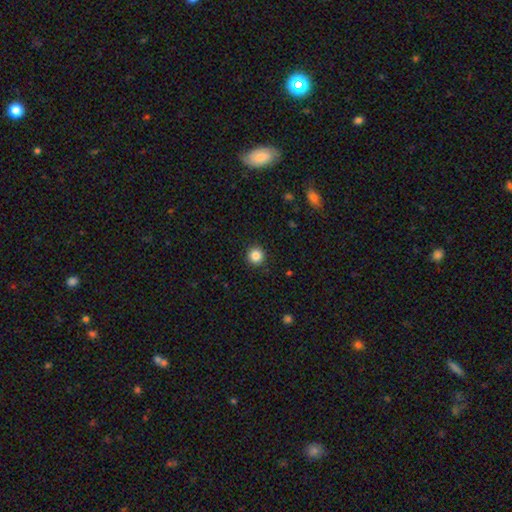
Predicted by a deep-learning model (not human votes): This appears to be a smooth galaxy with no disk features (85%) that is round (95%). Merging: none (92%).